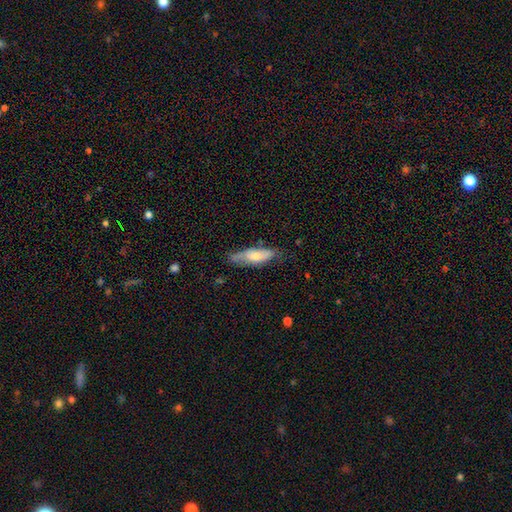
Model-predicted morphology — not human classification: Smooth or featured: smooth — 63% (featured or disk — 31%)
How rounded: in between — 55% (cigar-shaped — 43%)
Merging: none — 63% (minor disturbance — 28%)